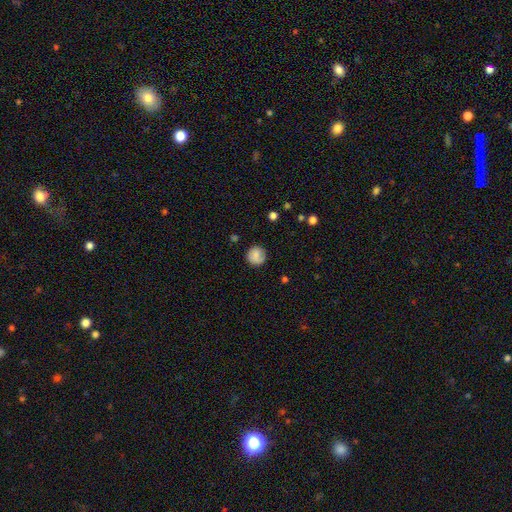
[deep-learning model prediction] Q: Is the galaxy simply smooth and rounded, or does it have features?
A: smooth — 75%.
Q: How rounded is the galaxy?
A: round — 91%.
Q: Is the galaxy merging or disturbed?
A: none — 77%.